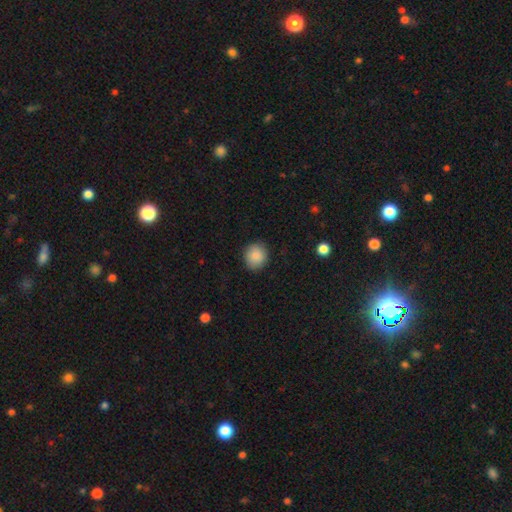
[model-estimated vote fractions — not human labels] A smooth galaxy with no disk features (88%) that is round (82%). Merging: none (88%).